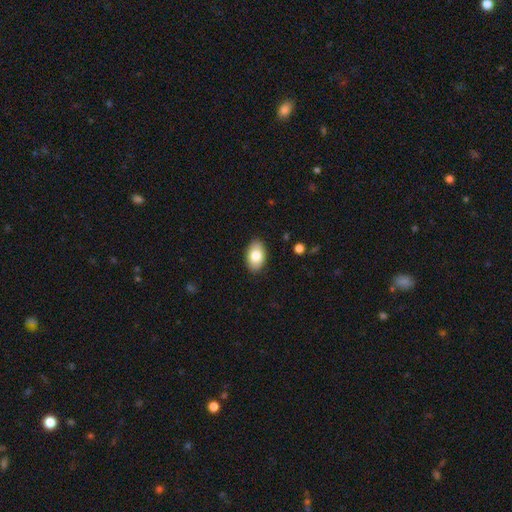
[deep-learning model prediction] A smooth galaxy with no disk features (80%) that is in between round and cigar-shaped (92%).

Vote fractions:
- Smooth or featured? smooth: 80% / featured or disk: 13% / star or artifact: 7%
- How rounded? in between: 92% / round: 7% / cigar-shaped: 1%
- Merging? none: 88% / minor disturbance: 9% / major disturbance: 2% / merger: 1%